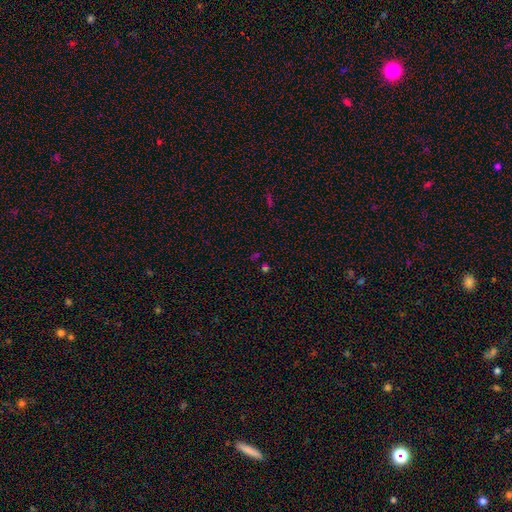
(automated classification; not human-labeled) The model was most divided on "smooth or featured": star or artifact: 54%, smooth: 39%, featured or disk: 7%.